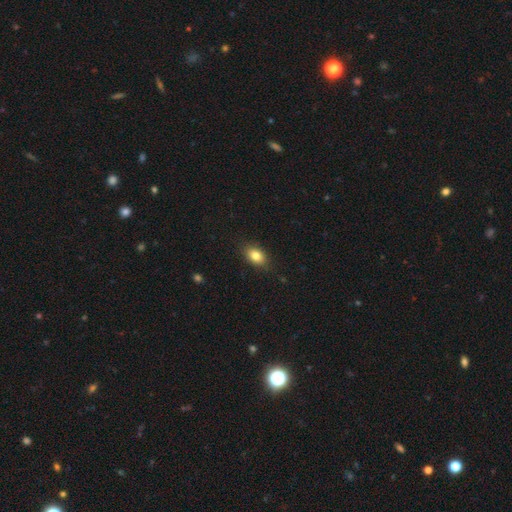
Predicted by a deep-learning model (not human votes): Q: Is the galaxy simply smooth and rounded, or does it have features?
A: smooth — 84%.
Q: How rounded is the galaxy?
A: in between — 83%.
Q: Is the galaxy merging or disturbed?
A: none — 86%.